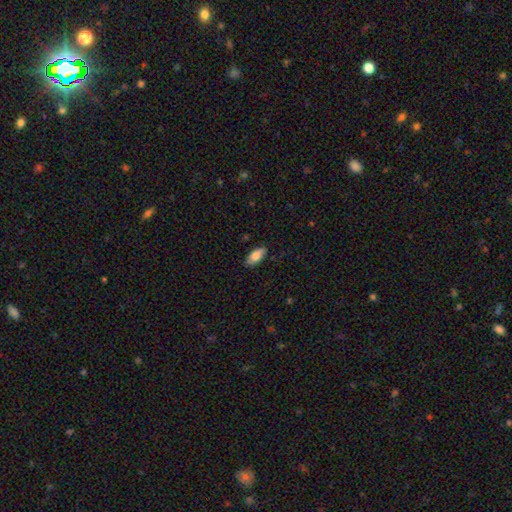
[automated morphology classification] A smooth galaxy with no disk features (81%) that is in between round and cigar-shaped (89%). Merging: none (87%).